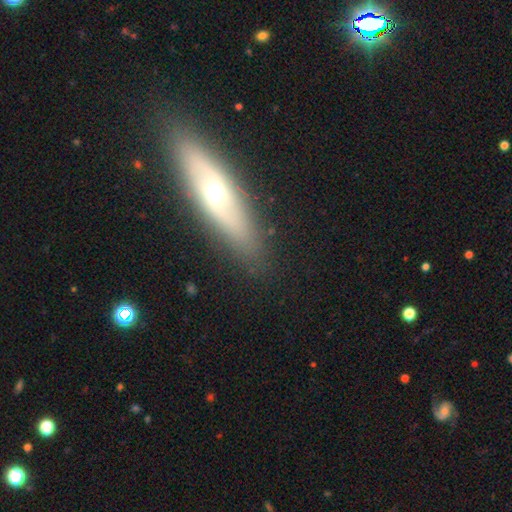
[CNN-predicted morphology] Smooth or featured?
  - featured or disk: 56% *
  - smooth: 35%
  - star or artifact: 9%
Edge-on disk?
  - yes: 63% *
  - no: 37%
Merging?
  - none: 87% *
  - minor disturbance: 9%
  - major disturbance: 2%
  - merger: 1%